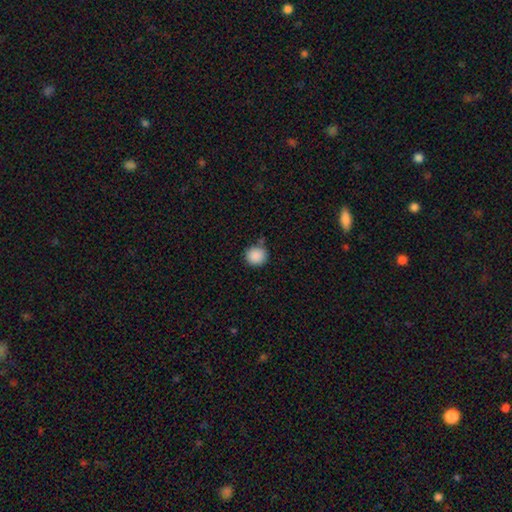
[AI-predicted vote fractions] smooth_or_featured: smooth (p=0.89) [alt: star or artifact p=0.08]
how_rounded: round (p=0.92) [alt: in between p=0.07]
merging: none (p=0.81) [alt: minor disturbance p=0.11]